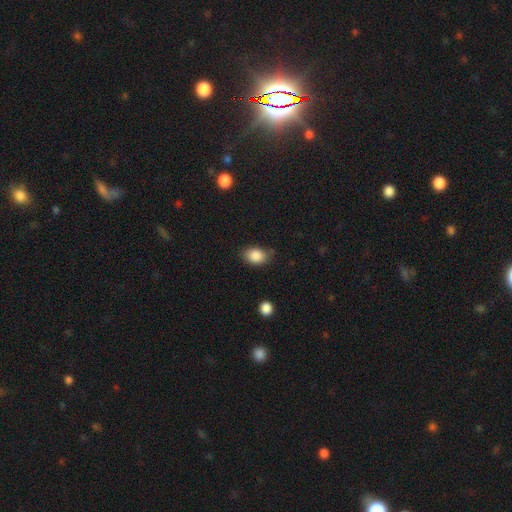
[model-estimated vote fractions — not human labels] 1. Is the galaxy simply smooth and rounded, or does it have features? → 87% smooth, 8% star or artifact, 5% featured or disk.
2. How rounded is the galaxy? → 76% in between, 23% round, 1% cigar-shaped.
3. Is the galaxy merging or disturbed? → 75% none, 19% minor disturbance, 4% major disturbance, 2% merger.